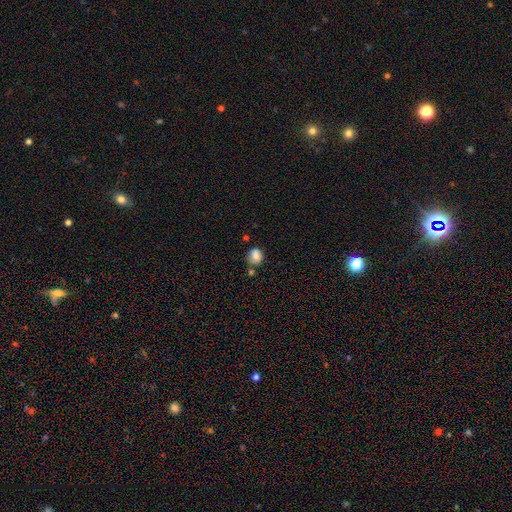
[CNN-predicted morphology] type=smooth (80%); roundness=round (70%); merging=none (63%).